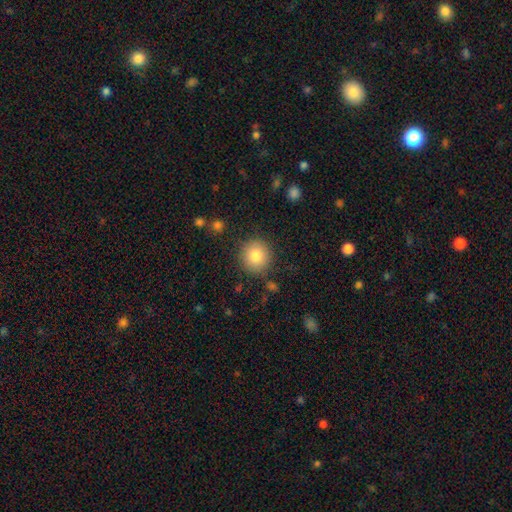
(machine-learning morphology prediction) Smooth or featured?
  - smooth: 83% *
  - star or artifact: 9%
  - featured or disk: 8%
How rounded?
  - round: 92% *
  - in between: 7%
  - cigar-shaped: 1%
Merging?
  - none: 87% *
  - minor disturbance: 8%
  - major disturbance: 3%
  - merger: 2%